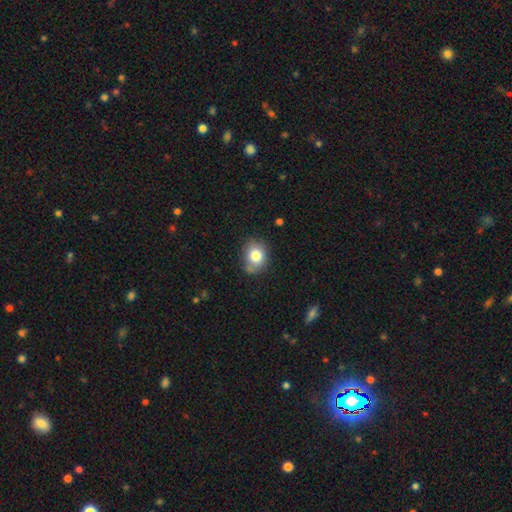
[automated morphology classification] This is likely a smooth galaxy (79%). How rounded: possibly round (55%). Merging: likely none (70%).